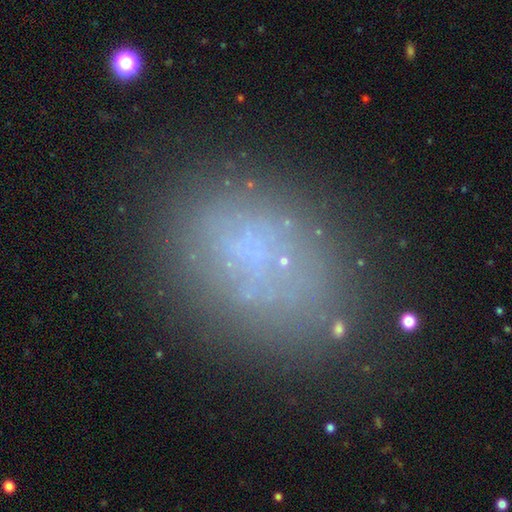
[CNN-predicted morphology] Smooth or featured: smooth — 57% (featured or disk — 24%)
How rounded: in between — 75% (round — 23%)
Merging: none — 73% (minor disturbance — 15%)